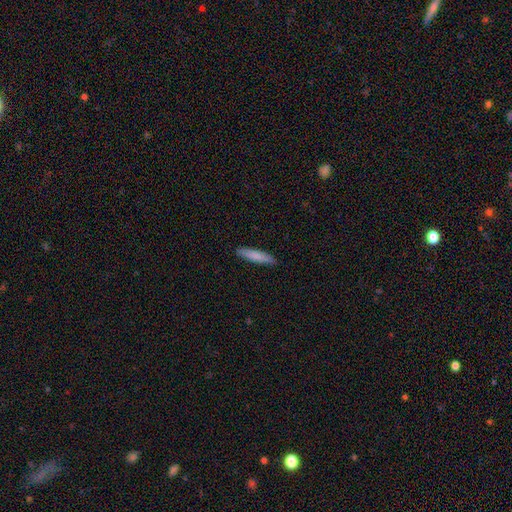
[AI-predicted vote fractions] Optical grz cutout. It shows a smooth galaxy with no disk features (81%) that is cigar-shaped (86%). Merging: none (89%).